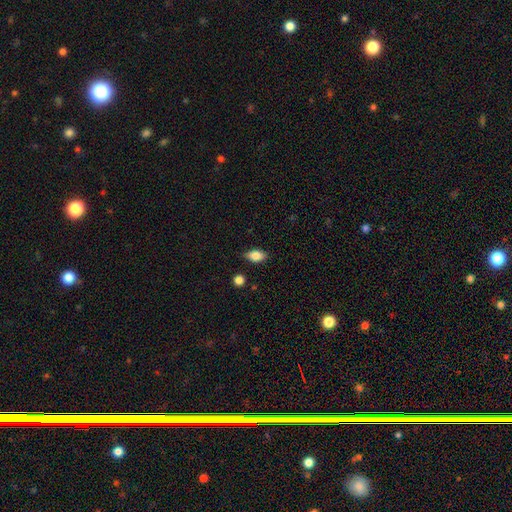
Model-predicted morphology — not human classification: smooth_or_featured: smooth (p=0.80) [alt: featured or disk p=0.12]
how_rounded: in between (p=0.86) [alt: round p=0.08]
merging: none (p=0.82) [alt: minor disturbance p=0.14]